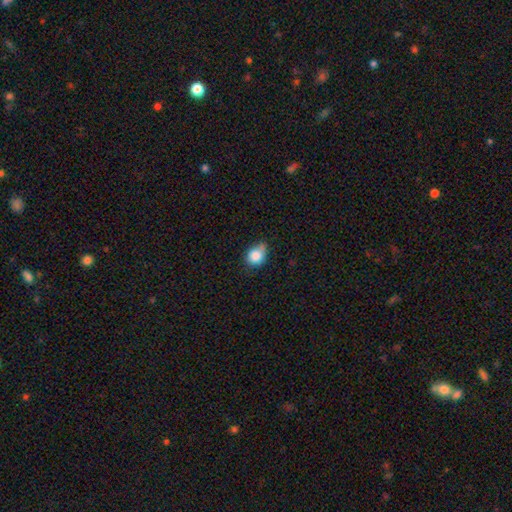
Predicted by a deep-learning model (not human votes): A smooth galaxy with no disk features (85%) that is round (64%). Merging: none (45%).